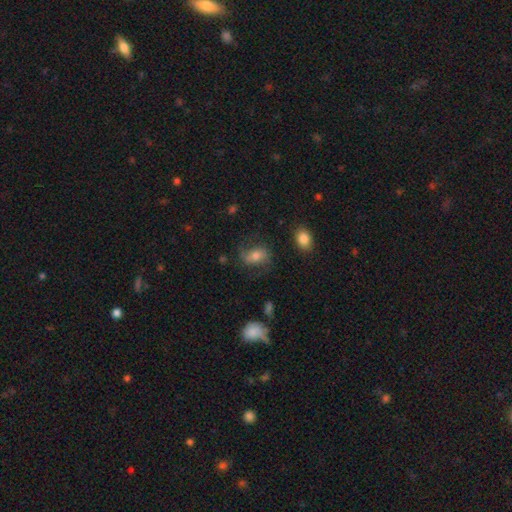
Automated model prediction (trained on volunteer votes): Smooth or featured? Predicted: featured or disk (p=0.52). Edge-on disk? Predicted: no (p=0.95). Merging? Predicted: none (p=0.63).